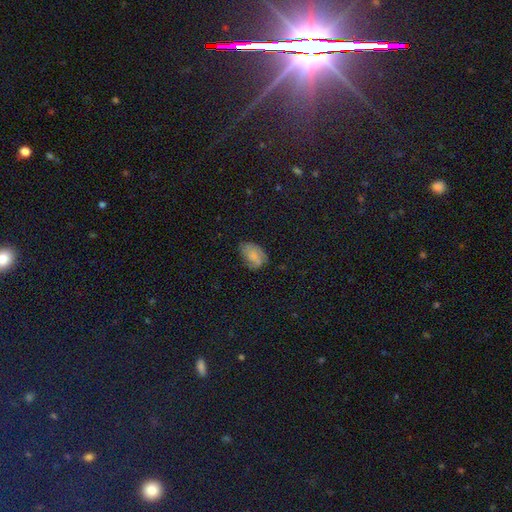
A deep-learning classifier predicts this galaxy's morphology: Q: Smooth or featured?
A: smooth (42%); runner-up: star or artifact (36%)
Q: Merging?
A: none (70%); runner-up: minor disturbance (21%)